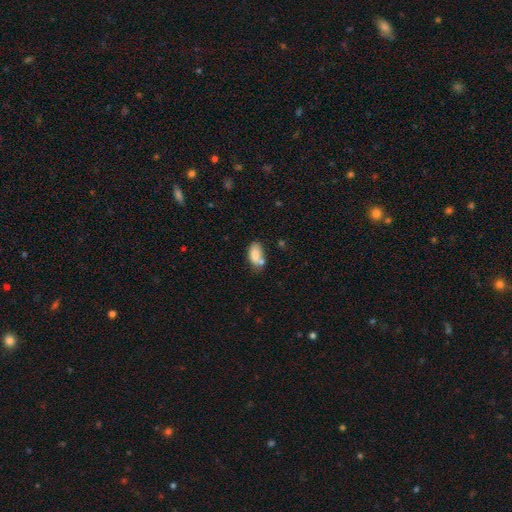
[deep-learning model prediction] This appears to be a smooth galaxy with no disk features (81%) that is in between round and cigar-shaped (91%). Merging: none (46%).